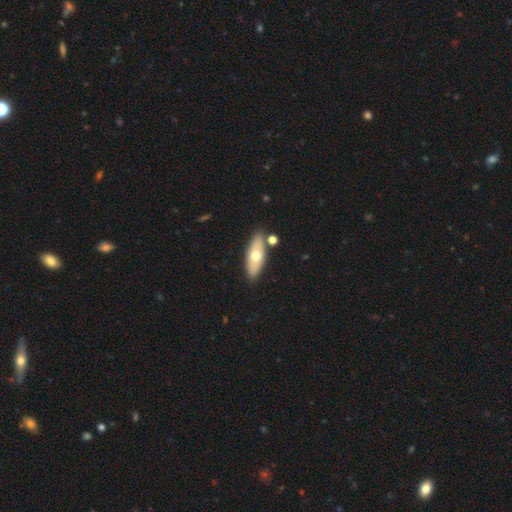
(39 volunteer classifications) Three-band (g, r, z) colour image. It shows a smooth galaxy with no disk features (67%) that is in between round and cigar-shaped (65%). Merging: none (76%).